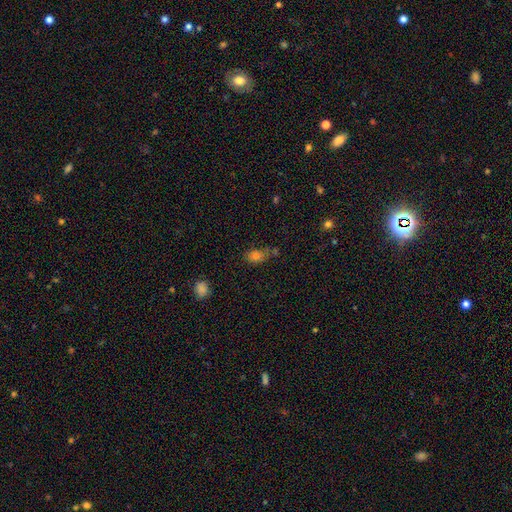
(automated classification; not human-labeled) Overall: smooth (76%). How rounded: in between (72%). Merging: none (53%; minor disturbance 22%).